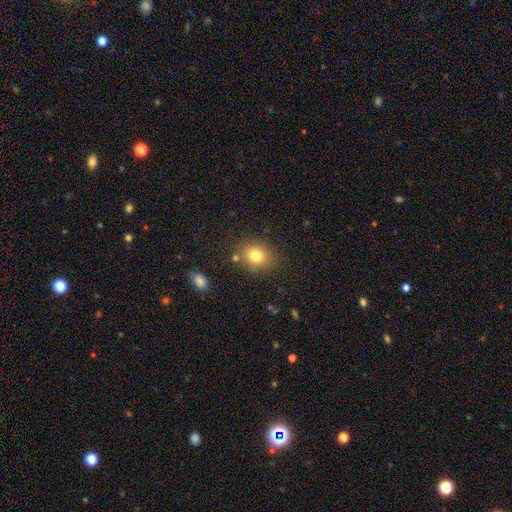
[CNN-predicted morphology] A smooth galaxy with no disk features (80%) that is round (59%).

Vote fractions:
- Smooth or featured? smooth: 80% / star or artifact: 11% / featured or disk: 9%
- How rounded? round: 59% / in between: 40% / cigar-shaped: 1%
- Merging? none: 79% / minor disturbance: 12% / merger: 5% / major disturbance: 4%